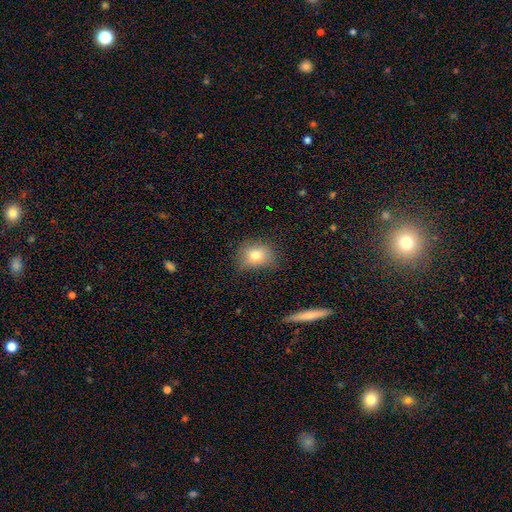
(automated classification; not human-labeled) Smooth or featured? smooth (78%)
How rounded? round (55%)
Merging? none (73%)